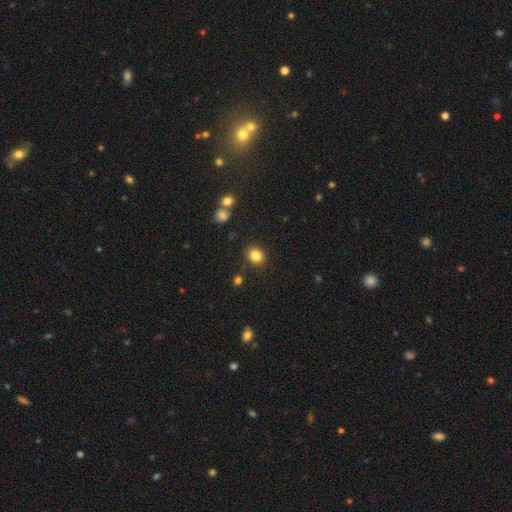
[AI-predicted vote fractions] Smooth or featured? smooth (84%)
How rounded? round (57%)
Merging? none (85%)